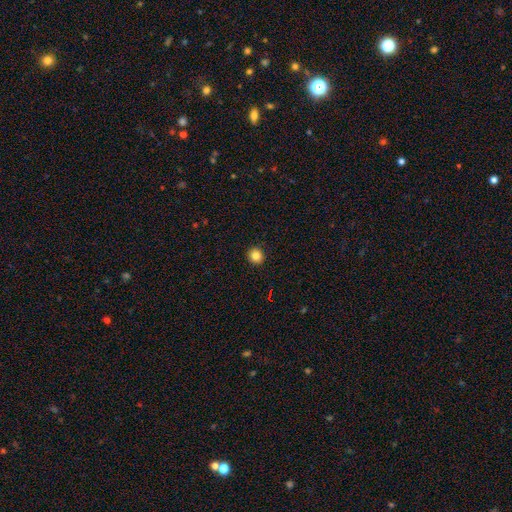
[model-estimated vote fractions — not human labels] Morphology: type=smooth (83%); roundness=round (92%); merging=none (93%).